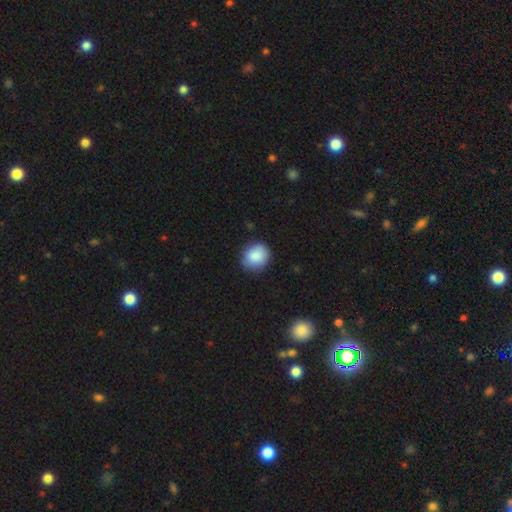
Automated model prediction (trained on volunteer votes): smooth_or_featured: smooth (p=0.87) [alt: star or artifact p=0.07]
how_rounded: round (p=0.73) [alt: in between p=0.26]
merging: none (p=0.81) [alt: minor disturbance p=0.15]